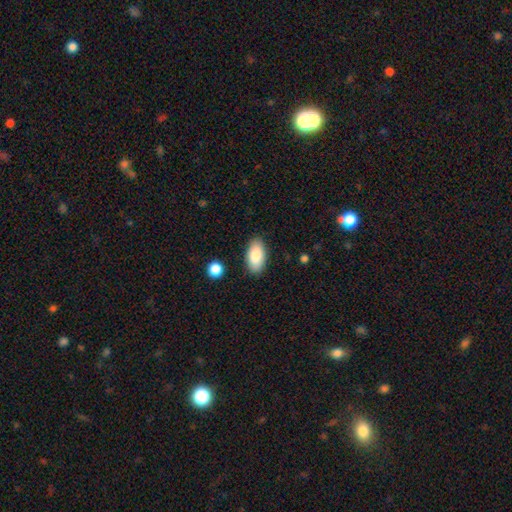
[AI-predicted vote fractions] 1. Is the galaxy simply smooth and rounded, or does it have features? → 86% smooth, 8% featured or disk, 6% star or artifact.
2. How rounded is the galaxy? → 93% in between, 4% cigar-shaped, 3% round.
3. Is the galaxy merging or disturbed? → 87% none, 9% minor disturbance, 2% major disturbance, 2% merger.